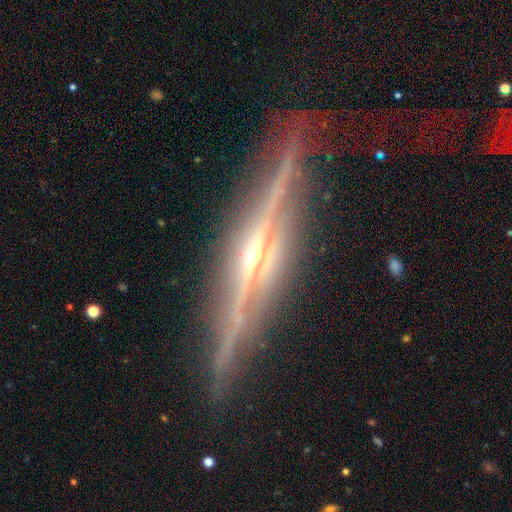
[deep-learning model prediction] A featured or disk galaxy (89%) viewed edge-on (97%) with a rounded central bulge (82%).

Vote fractions:
- Smooth or featured? featured or disk: 89% / star or artifact: 5% / smooth: 5%
- Edge-on disk? yes: 97% / no: 3%
- Edge-on bulge? rounded: 82% / none: 10% / boxy: 8%
- Merging? none: 83% / minor disturbance: 12% / major disturbance: 3% / merger: 2%